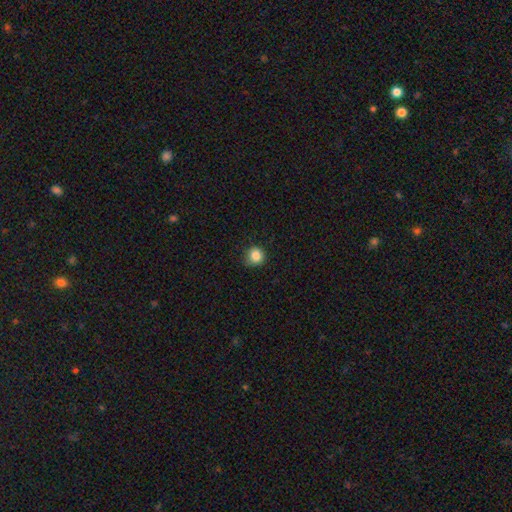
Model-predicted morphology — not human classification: smooth-or-featured: smooth: 86% | star or artifact: 11% | featured or disk: 4%
  how-rounded: round: 91% | in between: 8% | cigar-shaped: 1%
  merging: none: 82% | minor disturbance: 14% | major disturbance: 3% | merger: 1%